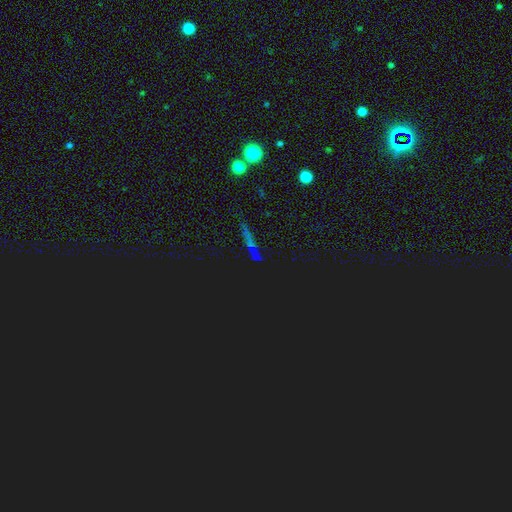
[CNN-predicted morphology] Overall: star or artifact (55%; smooth 27%).